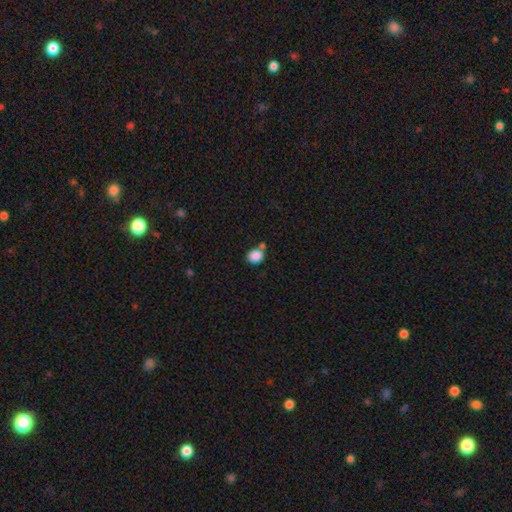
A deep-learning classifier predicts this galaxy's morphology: A smooth galaxy with no disk features (87%) that is round (62%).

Vote fractions:
- Smooth or featured? smooth: 87% / star or artifact: 9% / featured or disk: 4%
- How rounded? round: 62% / in between: 37% / cigar-shaped: 1%
- Merging? none: 59% / merger: 24% / minor disturbance: 13% / major disturbance: 4%